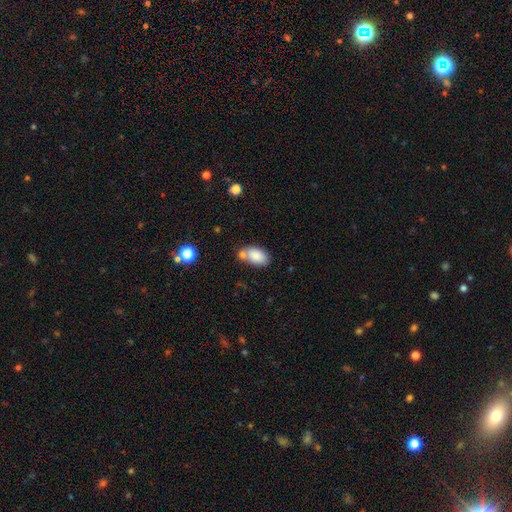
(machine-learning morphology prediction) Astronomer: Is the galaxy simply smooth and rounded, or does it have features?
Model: smooth — 83%.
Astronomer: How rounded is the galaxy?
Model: in between — 91%.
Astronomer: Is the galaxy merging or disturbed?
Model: none — 48% (runner-up: merger, 31%).